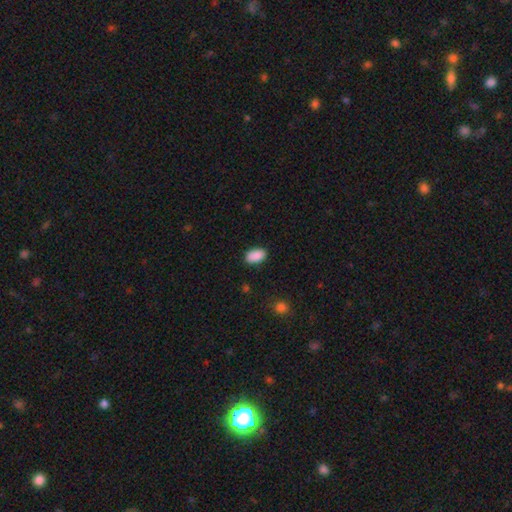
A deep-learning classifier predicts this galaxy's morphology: Smooth or featured? Predicted: smooth (p=0.90). How rounded? Predicted: in between (p=0.93). Merging? Predicted: none (p=0.86).